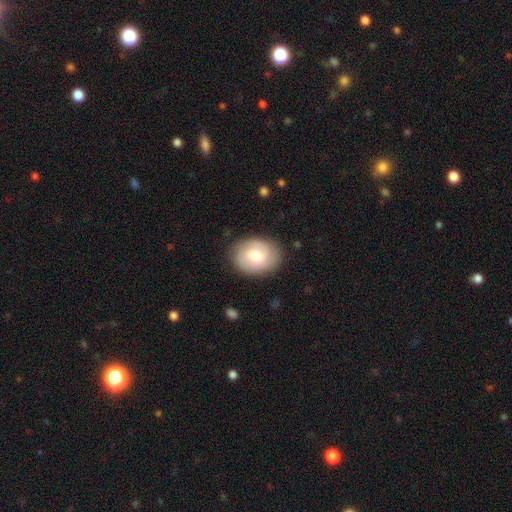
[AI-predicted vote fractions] Q: Smooth or featured?
A: smooth (57%); runner-up: featured or disk (36%)
Q: How rounded?
A: in between (57%); runner-up: round (43%)
Q: Merging?
A: none (82%); runner-up: minor disturbance (13%)